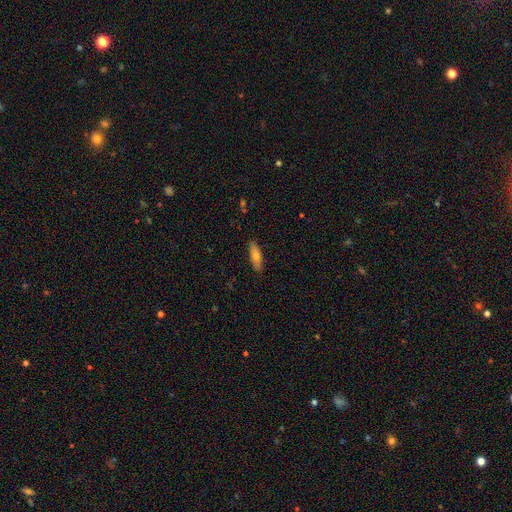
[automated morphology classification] The model was most divided on "how rounded": cigar-shaped: 54%, in between: 43%, round: 2%. More confident: merging — none (88%); smooth or featured — smooth (67%).